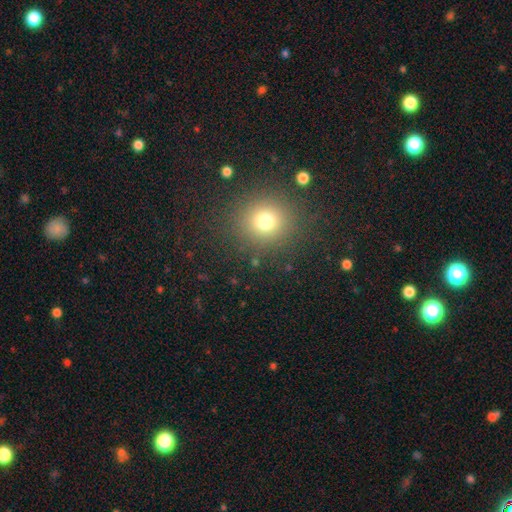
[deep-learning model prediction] smooth_or_featured: smooth (p=0.69) [alt: star or artifact p=0.24]
how_rounded: round (p=0.89) [alt: in between p=0.10]
merging: none (p=0.90) [alt: minor disturbance p=0.06]